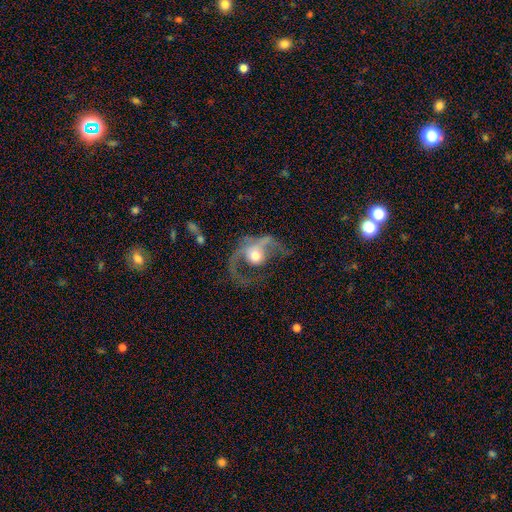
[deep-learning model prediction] Overall: featured or disk (64%; smooth 28%). Edge-on disk: no (95%). Bar: no (77%). Spiral arms: yes (63%; no 37%). Bulge size: moderate (64%). Merging: major disturbance (54%; none 26%).